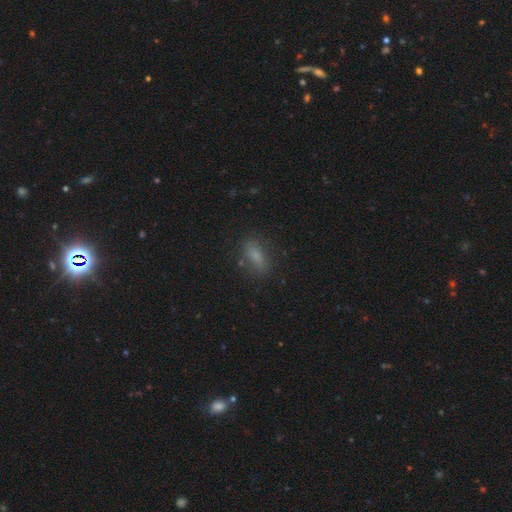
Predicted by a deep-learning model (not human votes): Smooth or featured? smooth (75%)
How rounded? in between (70%)
Merging? none (77%)